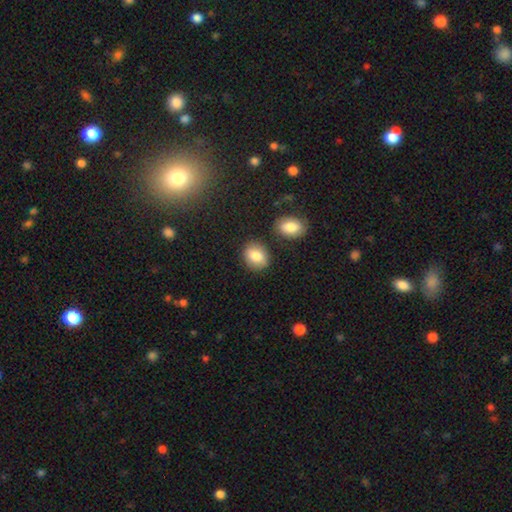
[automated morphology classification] Smooth or featured: smooth — 84% (featured or disk — 9%)
How rounded: in between — 57% (round — 42%)
Merging: none — 82% (minor disturbance — 10%)